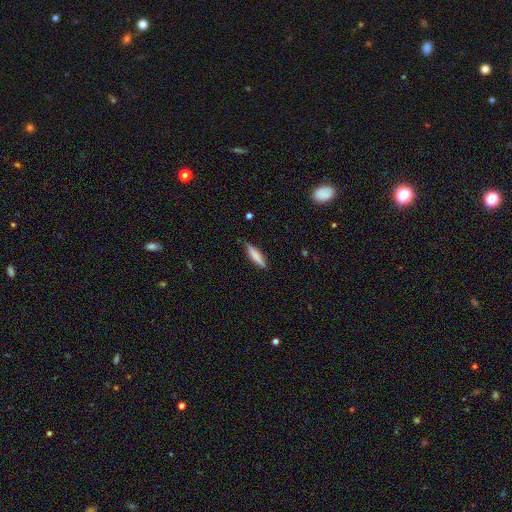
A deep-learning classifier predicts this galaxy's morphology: Q: Smooth or featured?
A: smooth (65%); runner-up: featured or disk (29%)
Q: How rounded?
A: cigar-shaped (80%); runner-up: in between (18%)
Q: Merging?
A: none (84%); runner-up: minor disturbance (12%)